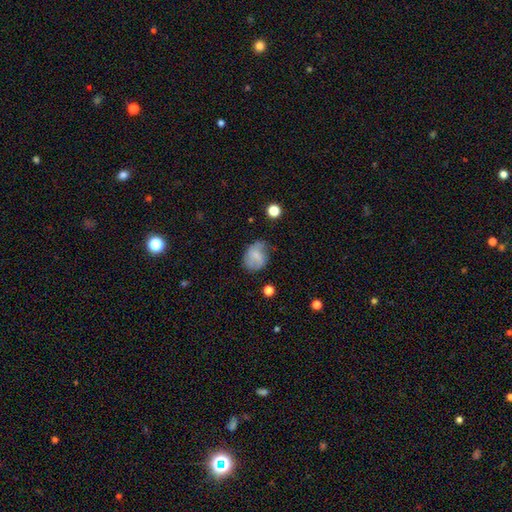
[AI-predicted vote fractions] Smooth or featured: smooth — 69% (featured or disk — 21%)
How rounded: in between — 53% (round — 46%)
Merging: none — 49% (minor disturbance — 34%)